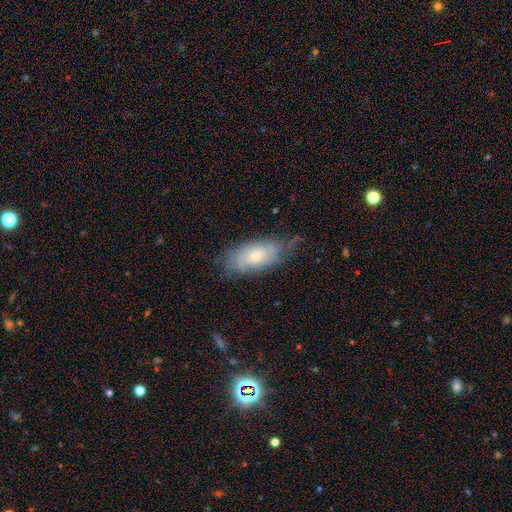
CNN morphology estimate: Q: Smooth or featured?
A: featured or disk (47%); runner-up: smooth (46%)
Q: Merging?
A: none (57%); runner-up: minor disturbance (31%)